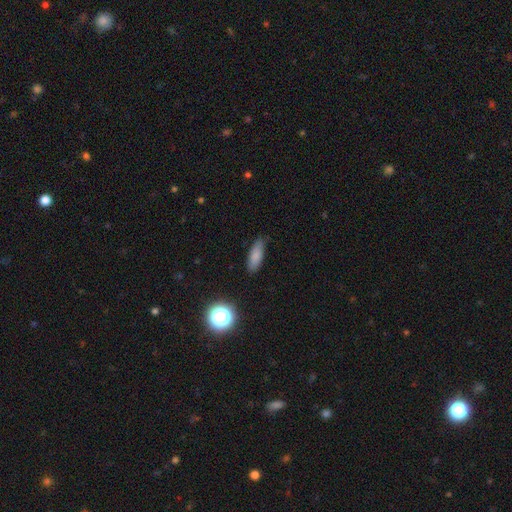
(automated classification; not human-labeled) Smooth or featured? Predicted: smooth (p=0.81). How rounded? Predicted: in between (p=0.62). Merging? Predicted: none (p=0.80).